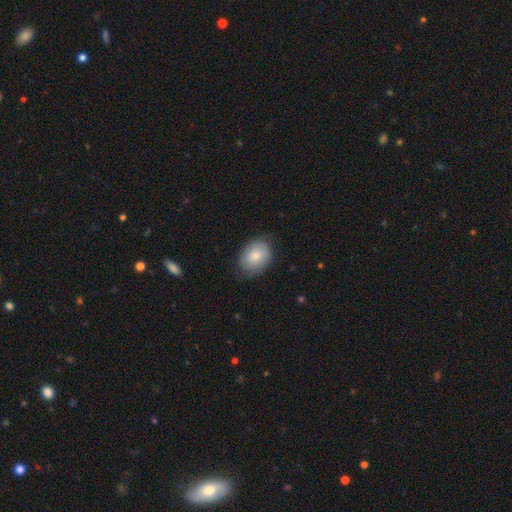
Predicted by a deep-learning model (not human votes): This appears to be a smooth galaxy with no disk features (83%) that is in between round and cigar-shaped (67%). Merging: none (76%).